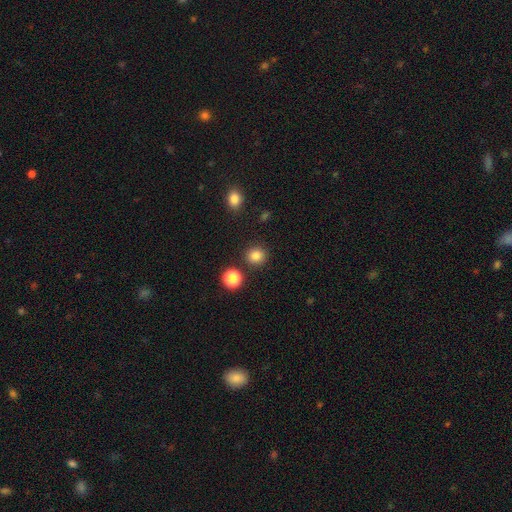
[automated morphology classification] This is clearly a smooth galaxy (84%). How rounded: clearly round (89%). Merging: clearly none (88%).